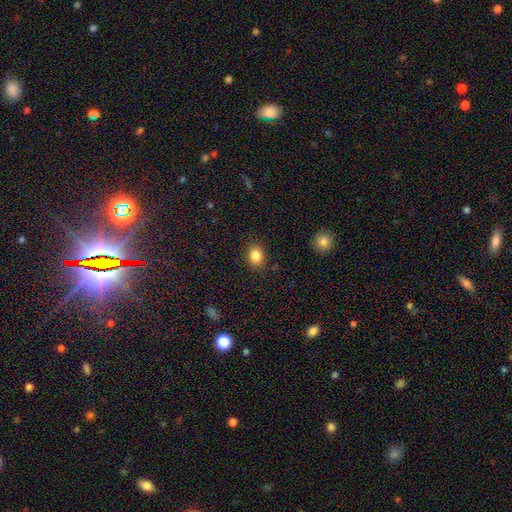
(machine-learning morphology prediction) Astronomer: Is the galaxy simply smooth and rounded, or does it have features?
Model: smooth — 84%.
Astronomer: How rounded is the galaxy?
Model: in between — 52% (runner-up: round, 47%).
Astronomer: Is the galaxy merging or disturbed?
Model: none — 86%.